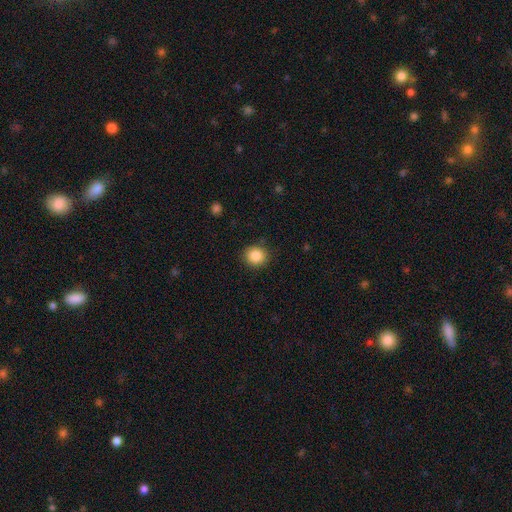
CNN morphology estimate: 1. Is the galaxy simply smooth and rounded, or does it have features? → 86% smooth, 10% star or artifact, 5% featured or disk.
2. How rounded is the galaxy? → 85% round, 14% in between, 1% cigar-shaped.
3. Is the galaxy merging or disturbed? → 89% none, 7% minor disturbance, 2% major disturbance, 1% merger.